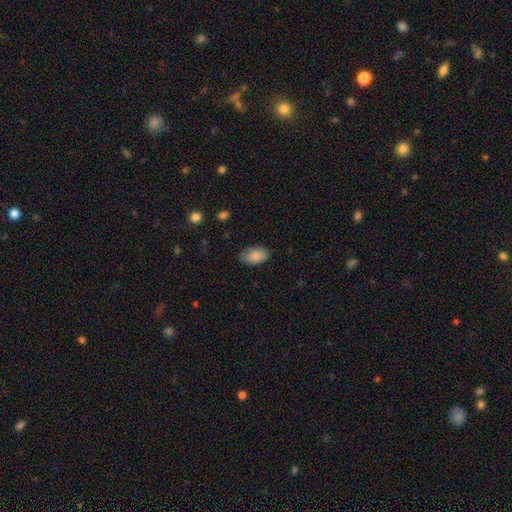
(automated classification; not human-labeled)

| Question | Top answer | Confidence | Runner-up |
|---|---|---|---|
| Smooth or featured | smooth | 87% | featured or disk (7%) |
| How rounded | in between | 94% | round (4%) |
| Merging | none | 81% | minor disturbance (15%) |